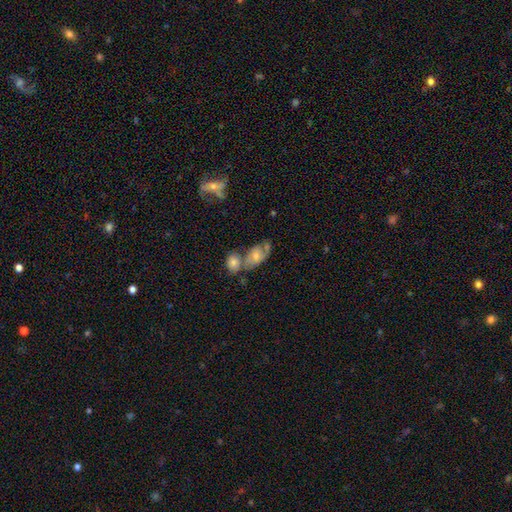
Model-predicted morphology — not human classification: Smooth or featured? featured or disk (54%)
Edge-on disk? no (91%)
Merging? merger (40%)